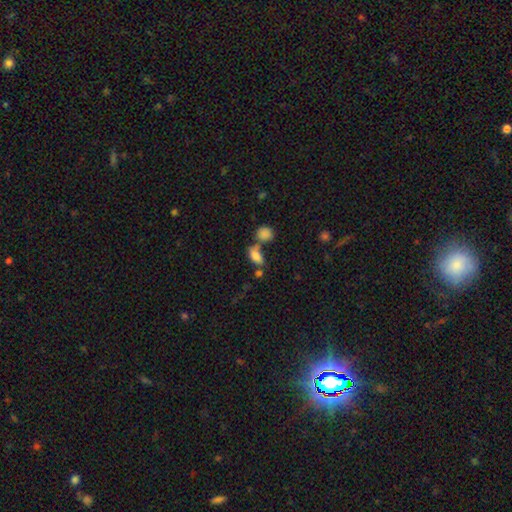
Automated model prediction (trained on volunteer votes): The model was most divided on "merging": none: 41%, merger: 40%, minor disturbance: 12%, major disturbance: 7%. More confident: how rounded — in between (87%); smooth or featured — smooth (79%).